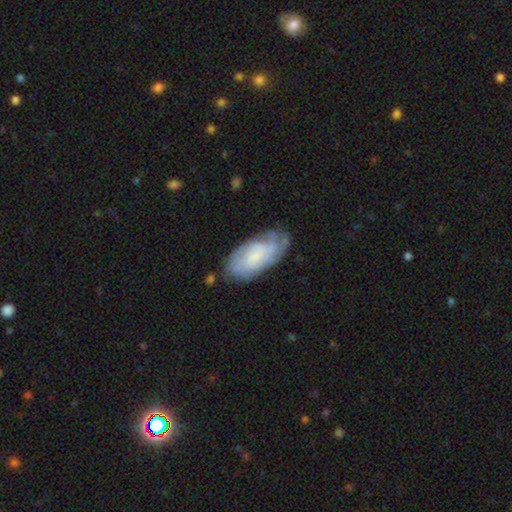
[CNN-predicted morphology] This is possibly a featured or disk galaxy (47%). Merging: likely none (62%).